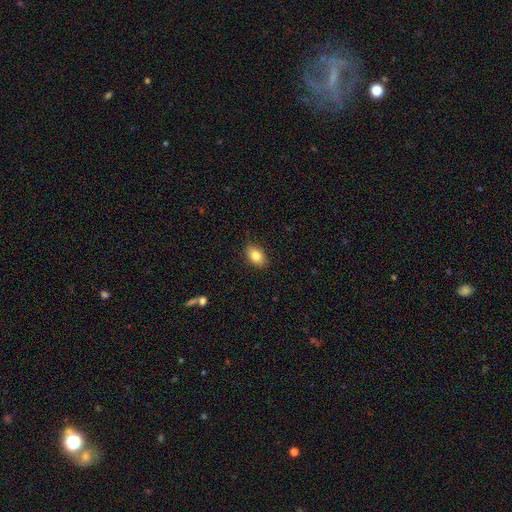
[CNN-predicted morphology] A smooth galaxy with no disk features (83%) that is in between round and cigar-shaped (86%). Merging: none (88%).